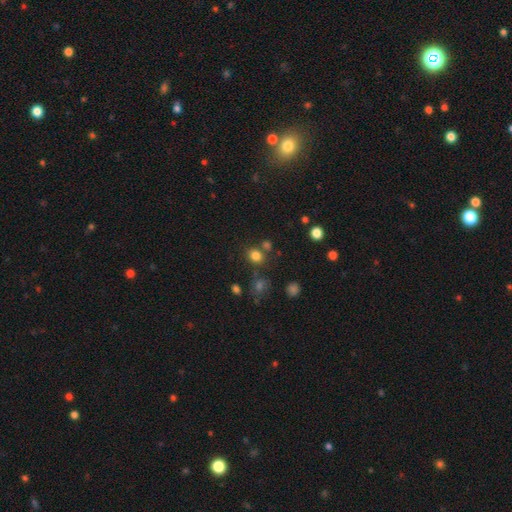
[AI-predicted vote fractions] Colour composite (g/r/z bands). It shows a smooth galaxy with no disk features (79%) that is round (71%). Merging: none (71%).